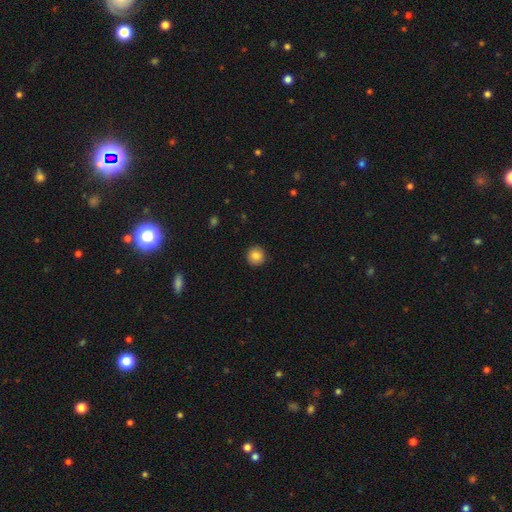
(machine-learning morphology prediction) The model was most divided on "smooth or featured": smooth: 84%, star or artifact: 9%, featured or disk: 7%. More confident: how rounded — round (93%); merging — none (91%).